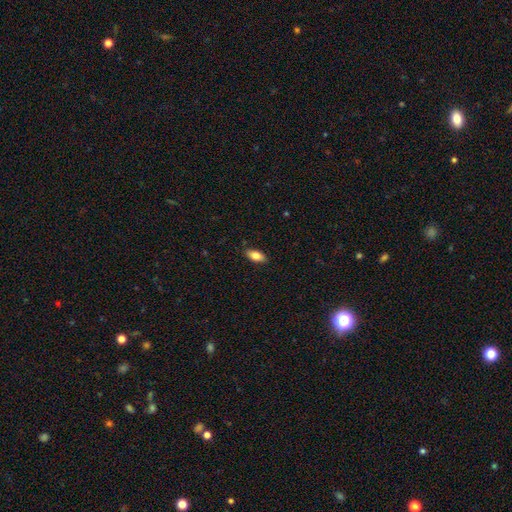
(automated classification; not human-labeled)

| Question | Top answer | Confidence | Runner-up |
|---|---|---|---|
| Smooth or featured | smooth | 81% | featured or disk (12%) |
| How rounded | in between | 88% | cigar-shaped (9%) |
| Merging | none | 87% | minor disturbance (10%) |